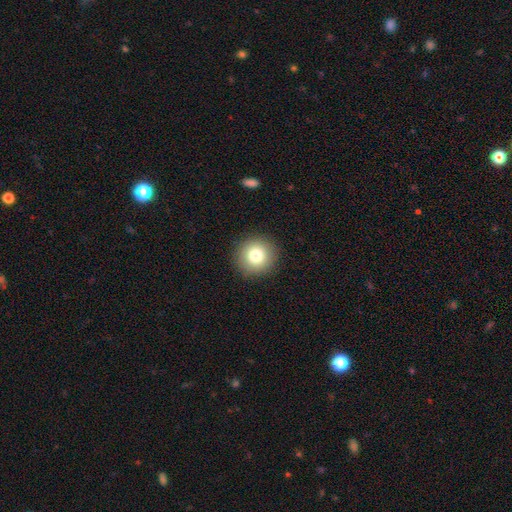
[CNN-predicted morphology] smooth-or-featured: smooth: 80% | star or artifact: 10% | featured or disk: 10%
  how-rounded: round: 93% | in between: 6% | cigar-shaped: 1%
  merging: none: 91% | minor disturbance: 6% | major disturbance: 2% | merger: 1%